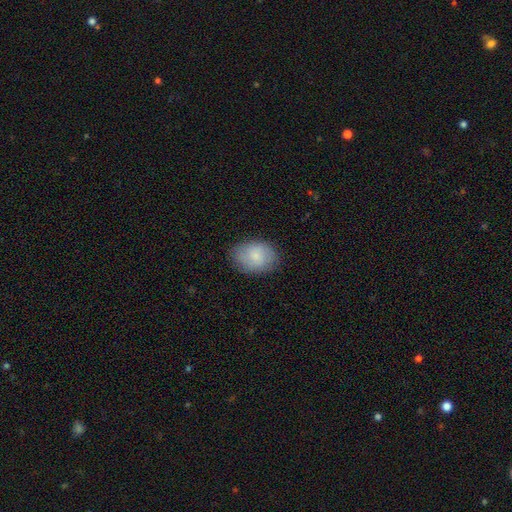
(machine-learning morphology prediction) A smooth galaxy with no disk features (80%) that is in between round and cigar-shaped (76%). Merging: none (80%).